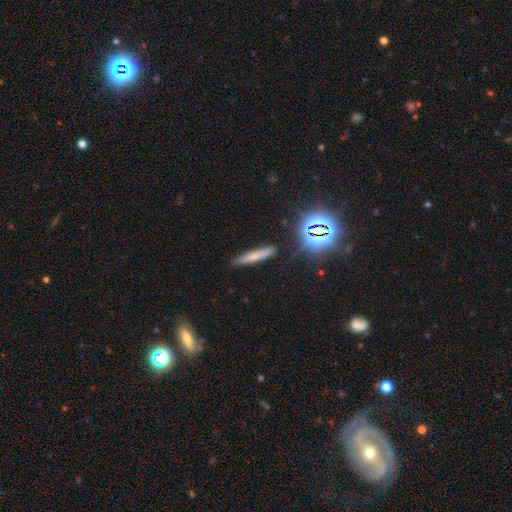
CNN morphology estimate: smooth_or_featured: smooth (p=0.58) [alt: featured or disk p=0.22]
how_rounded: cigar-shaped (p=0.86) [alt: in between p=0.10]
merging: none (p=0.79) [alt: minor disturbance p=0.13]